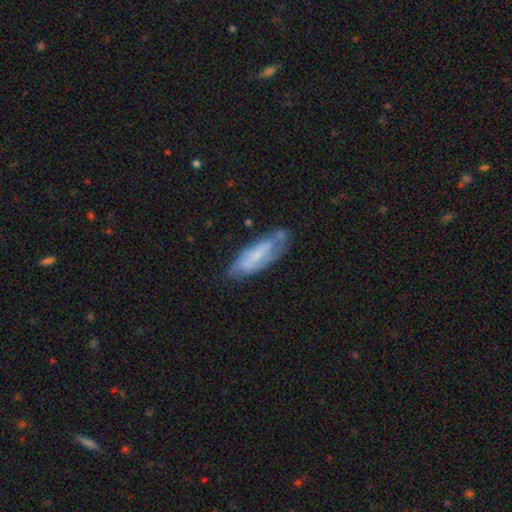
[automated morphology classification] The model was most divided on "smooth or featured": featured or disk: 50%, smooth: 42%, star or artifact: 8%. More confident: edge-on disk — no (77%); merging — none (59%).